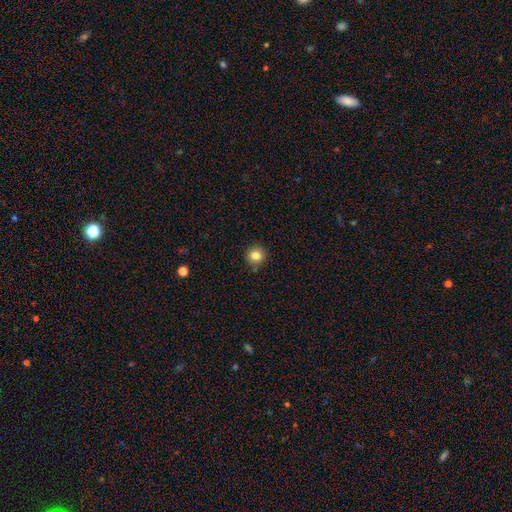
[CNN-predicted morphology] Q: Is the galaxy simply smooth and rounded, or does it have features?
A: smooth — 82%.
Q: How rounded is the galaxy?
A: round — 91%.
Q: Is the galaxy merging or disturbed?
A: none — 87%.